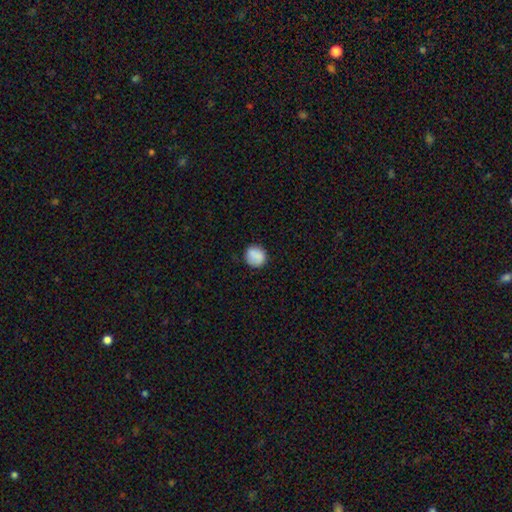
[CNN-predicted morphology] The model was most divided on "merging": none: 85%, minor disturbance: 11%, major disturbance: 3%, merger: 1%. More confident: how rounded — round (88%); smooth or featured — smooth (86%).